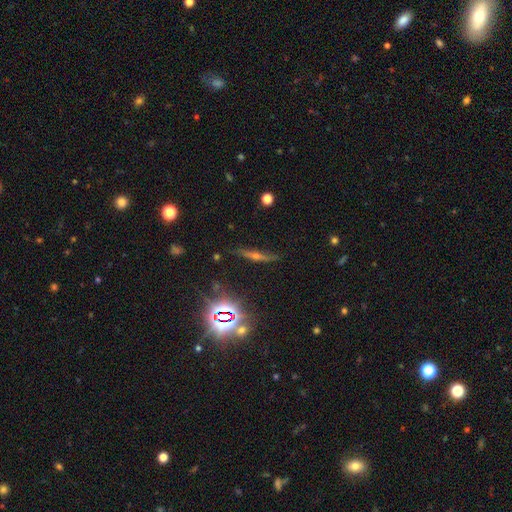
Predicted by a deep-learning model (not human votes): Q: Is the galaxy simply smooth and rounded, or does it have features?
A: featured or disk — 55%.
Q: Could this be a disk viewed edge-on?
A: yes — 92%.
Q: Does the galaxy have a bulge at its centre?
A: rounded — 85%.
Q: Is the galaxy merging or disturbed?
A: none — 81%.